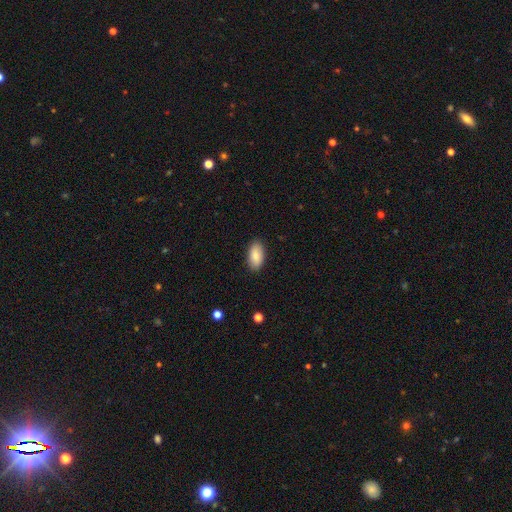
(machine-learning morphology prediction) type=smooth (87%); roundness=in between (94%); merging=none (88%).